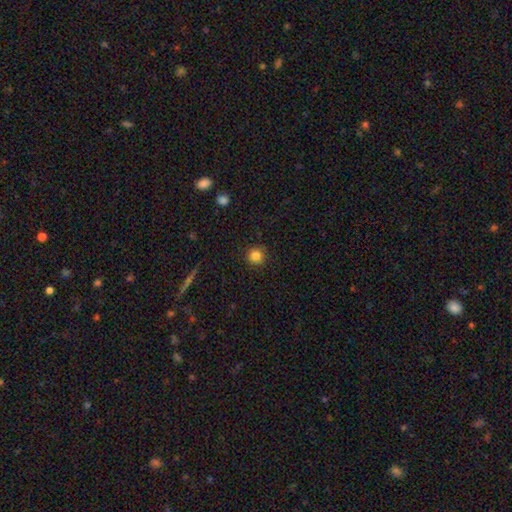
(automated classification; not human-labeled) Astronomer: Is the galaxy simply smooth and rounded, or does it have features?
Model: smooth — 83%.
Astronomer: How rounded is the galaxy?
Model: round — 94%.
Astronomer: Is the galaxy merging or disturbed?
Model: none — 91%.